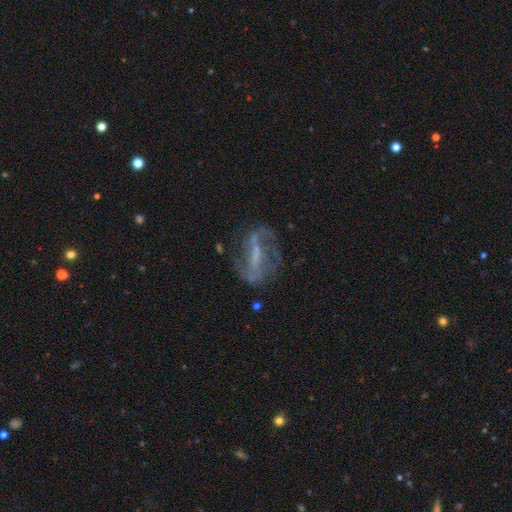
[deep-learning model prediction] Smooth or featured?
  - featured or disk: 76% *
  - smooth: 13%
  - star or artifact: 11%
Edge-on disk?
  - no: 89% *
  - yes: 11%
Bar?
  - strong: 56% *
  - weak: 28%
  - no: 15%
Spiral arms?
  - yes: 75% *
  - no: 25%
Spiral winding?
  - loose: 43% *
  - medium: 38%
  - tight: 18%
Spiral arm count?
  - 2: 72% *
  - can't tell: 16%
  - 1: 5%
  - 3: 3%
  - 4: 2%
  - more than 4: 2%
Bulge size?
  - small: 40% *
  - none: 39%
  - moderate: 18%
  - large: 3%
  - dominant: 1%
Merging?
  - none: 60% *
  - major disturbance: 19%
  - minor disturbance: 18%
  - merger: 3%